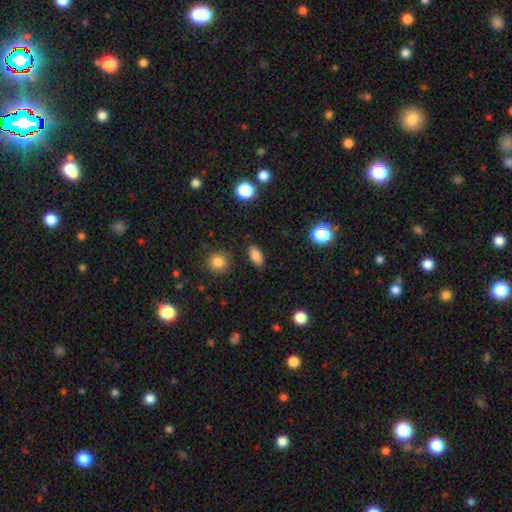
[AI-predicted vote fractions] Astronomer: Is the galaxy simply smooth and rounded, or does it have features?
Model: smooth — 82%.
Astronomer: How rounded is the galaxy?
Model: in between — 86%.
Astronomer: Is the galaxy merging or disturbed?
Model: none — 86%.